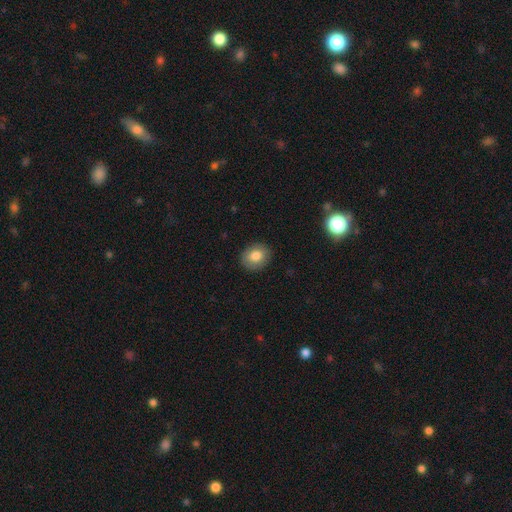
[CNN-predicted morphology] A smooth galaxy with no disk features (79%) that is round (60%). Merging: none (89%).